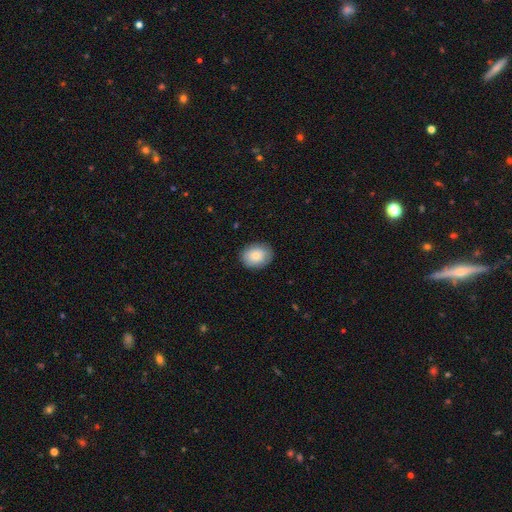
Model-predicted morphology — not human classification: Smooth or featured? Predicted: smooth (p=0.82). How rounded? Predicted: in between (p=0.55). Merging? Predicted: none (p=0.84).